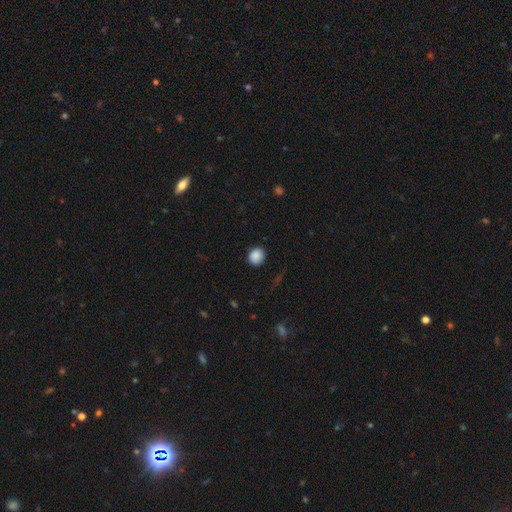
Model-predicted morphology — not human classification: Smooth or featured: smooth — 88% (star or artifact — 9%)
How rounded: round — 76% (in between — 23%)
Merging: none — 88% (minor disturbance — 9%)